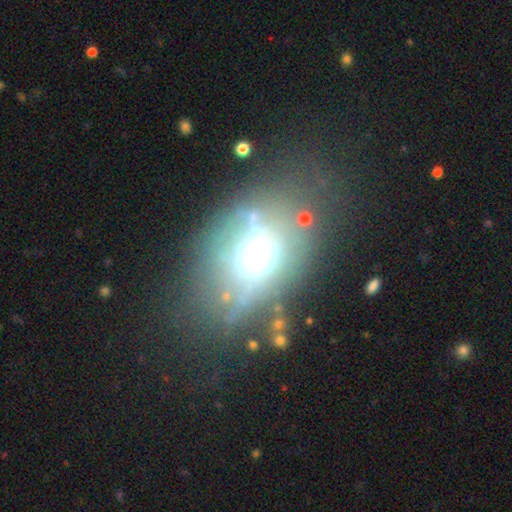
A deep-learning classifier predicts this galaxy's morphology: Smooth or featured?
  - featured or disk: 43% *
  - smooth: 37%
  - star or artifact: 20%
Merging?
  - none: 60% *
  - minor disturbance: 18%
  - major disturbance: 15%
  - merger: 7%